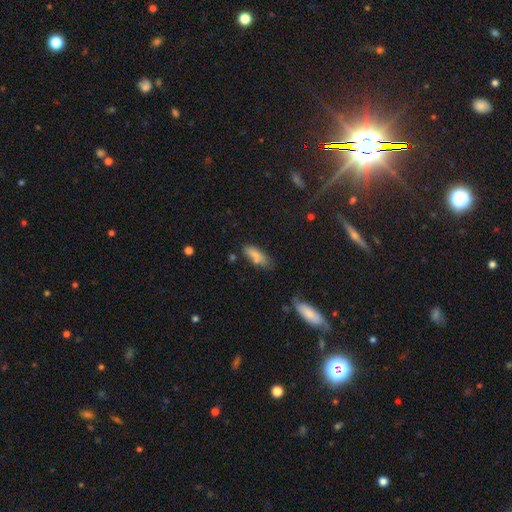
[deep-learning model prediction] smooth-or-featured: smooth: 80% | featured or disk: 11% | star or artifact: 9%
  how-rounded: in between: 61% | cigar-shaped: 37% | round: 3%
  merging: none: 60% | minor disturbance: 24% | merger: 9% | major disturbance: 7%